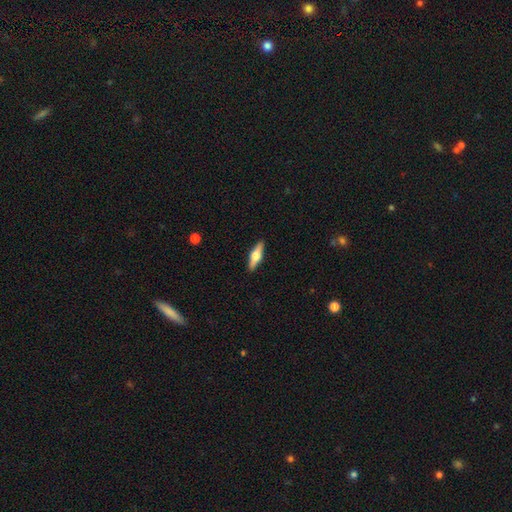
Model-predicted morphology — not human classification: Q: Smooth or featured?
A: featured or disk (51%); runner-up: smooth (43%)
Q: Edge-on disk?
A: yes (94%); runner-up: no (6%)
Q: Merging?
A: none (90%); runner-up: minor disturbance (7%)